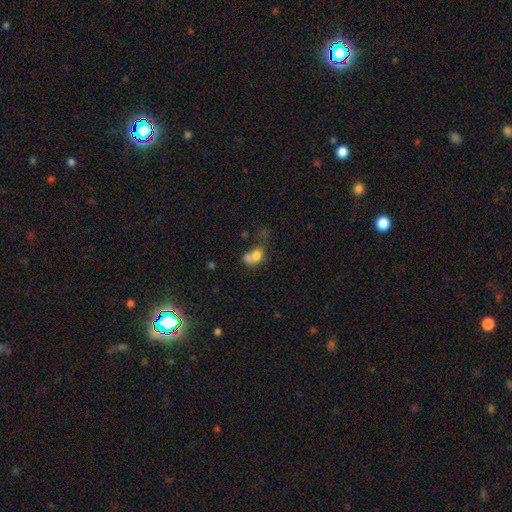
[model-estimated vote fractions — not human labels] Q: Smooth or featured?
A: smooth (71%); runner-up: featured or disk (17%)
Q: How rounded?
A: in between (54%); runner-up: round (45%)
Q: Merging?
A: merger (50%); runner-up: none (20%)